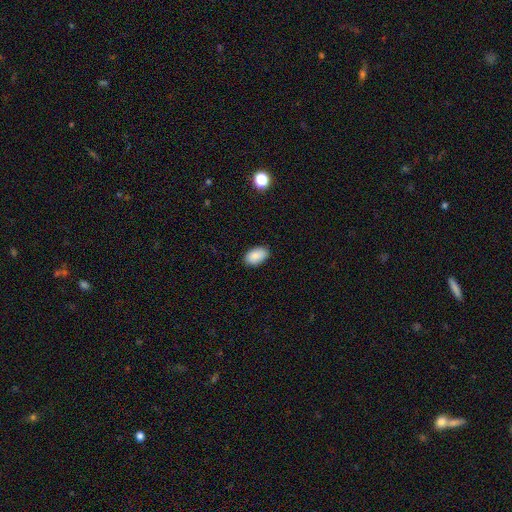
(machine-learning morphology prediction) A smooth galaxy with no disk features (88%) that is in between round and cigar-shaped (92%).

Vote fractions:
- Smooth or featured? smooth: 88% / star or artifact: 7% / featured or disk: 5%
- How rounded? in between: 92% / round: 6% / cigar-shaped: 1%
- Merging? none: 85% / minor disturbance: 12% / major disturbance: 2% / merger: 1%